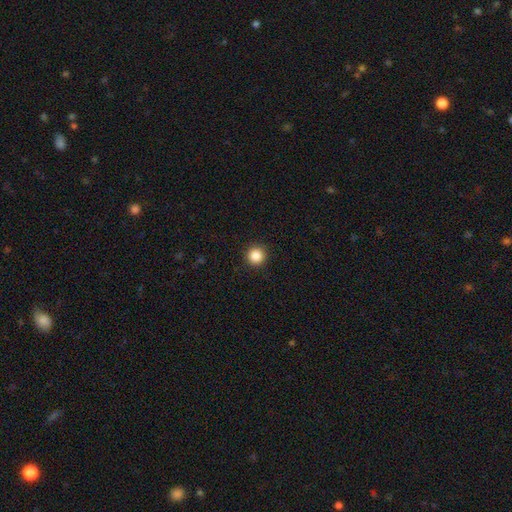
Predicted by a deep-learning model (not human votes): Smooth or featured? smooth (87%)
How rounded? round (96%)
Merging? none (93%)